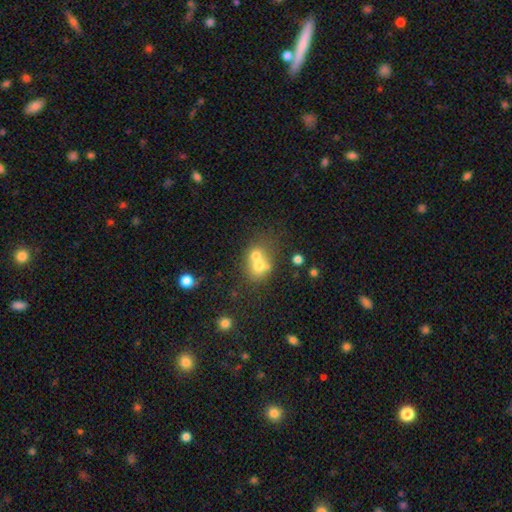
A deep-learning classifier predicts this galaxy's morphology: Overall: smooth (64%). How rounded: round (65%; in between 34%). Merging: merger (62%; none 27%).